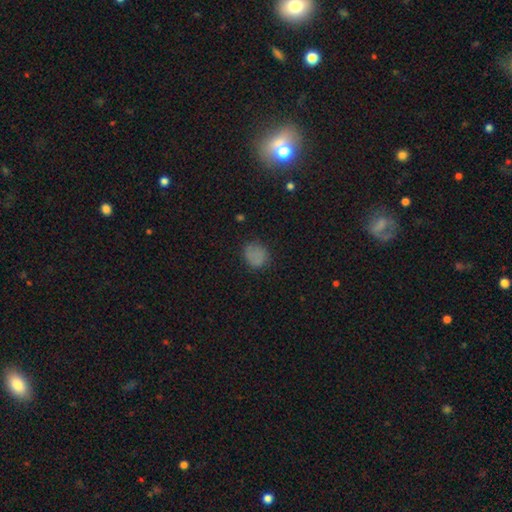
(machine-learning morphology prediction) A smooth galaxy with no disk features (75%) that is round (65%).

Vote fractions:
- Smooth or featured? smooth: 75% / star or artifact: 17% / featured or disk: 9%
- How rounded? round: 65% / in between: 34% / cigar-shaped: 1%
- Merging? none: 74% / minor disturbance: 19% / major disturbance: 6% / merger: 2%